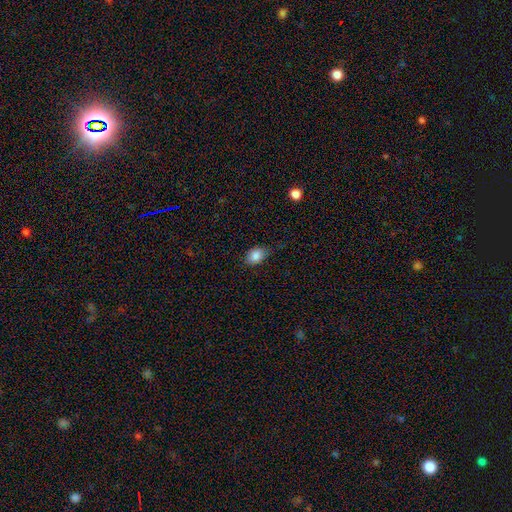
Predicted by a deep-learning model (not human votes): Smooth or featured: smooth — 86% (star or artifact — 8%)
How rounded: in between — 77% (round — 21%)
Merging: none — 72% (minor disturbance — 22%)